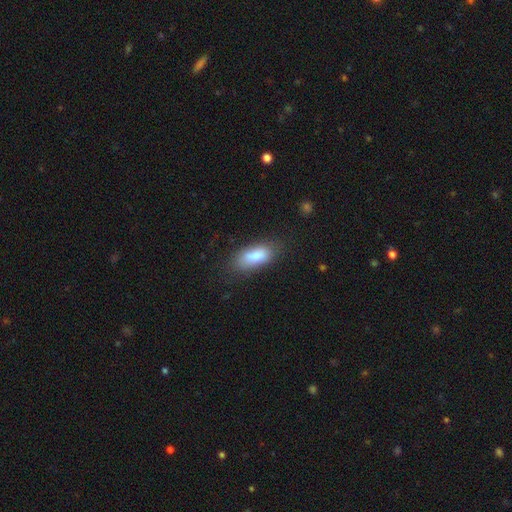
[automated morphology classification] A smooth galaxy with no disk features (79%) that is in between round and cigar-shaped (83%).

Vote fractions:
- Smooth or featured? smooth: 79% / featured or disk: 13% / star or artifact: 7%
- How rounded? in between: 83% / cigar-shaped: 14% / round: 3%
- Merging? none: 70% / minor disturbance: 20% / major disturbance: 7% / merger: 3%